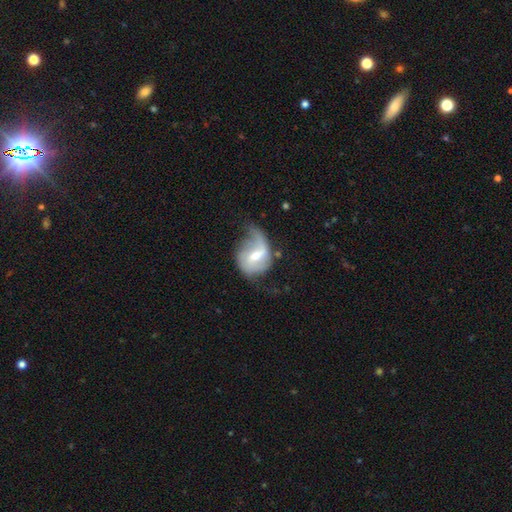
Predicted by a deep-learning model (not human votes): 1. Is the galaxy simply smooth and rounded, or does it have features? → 66% featured or disk, 27% smooth, 7% star or artifact.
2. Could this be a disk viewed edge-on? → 96% no, 4% yes.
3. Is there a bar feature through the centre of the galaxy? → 52% weak, 28% strong, 20% no.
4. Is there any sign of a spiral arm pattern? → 79% yes, 21% no.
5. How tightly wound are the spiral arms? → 60% loose, 29% medium, 11% tight.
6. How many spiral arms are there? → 54% 2, 34% 1, 10% can't tell, 1% 3, 1% 4, 1% more than 4.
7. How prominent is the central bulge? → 63% moderate, 29% small, 5% large, 2% none, 1% dominant.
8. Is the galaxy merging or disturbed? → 33% none (tied), 33% major disturbance (tied), 30% minor disturbance, 4% merger.